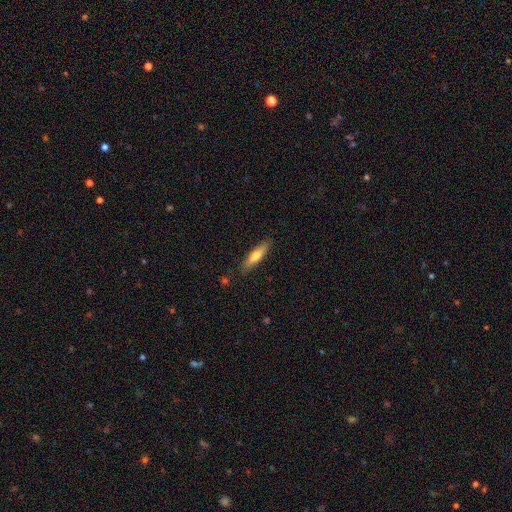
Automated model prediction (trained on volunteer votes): Smooth or featured?
  - smooth: 67% *
  - featured or disk: 27%
  - star or artifact: 6%
How rounded?
  - cigar-shaped: 74% *
  - in between: 24%
  - round: 2%
Merging?
  - none: 86% *
  - minor disturbance: 11%
  - major disturbance: 2%
  - merger: 1%